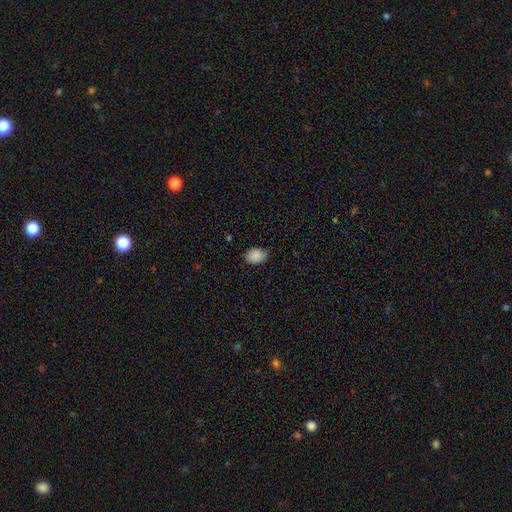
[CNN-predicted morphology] Q: Smooth or featured?
A: smooth (89%); runner-up: star or artifact (8%)
Q: How rounded?
A: in between (73%); runner-up: round (26%)
Q: Merging?
A: none (78%); runner-up: minor disturbance (18%)